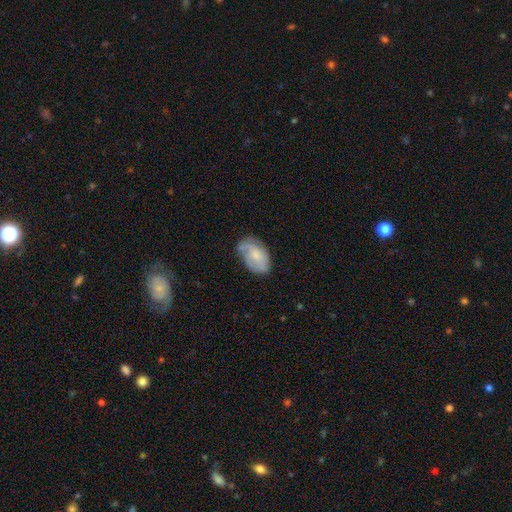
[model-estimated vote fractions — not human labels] smooth-or-featured: featured or disk: 48% | smooth: 45% | star or artifact: 7%
  merging: none: 54% | minor disturbance: 32% | major disturbance: 13% | merger: 2%